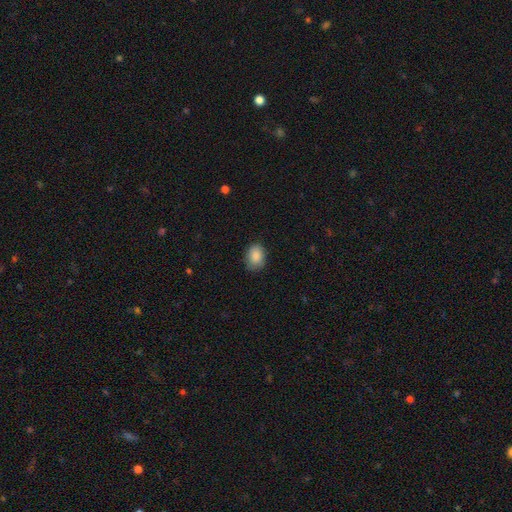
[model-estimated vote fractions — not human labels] A smooth galaxy with no disk features (87%) that is in between round and cigar-shaped (74%).

Vote fractions:
- Smooth or featured? smooth: 87% / star or artifact: 7% / featured or disk: 6%
- How rounded? in between: 74% / round: 25% / cigar-shaped: 1%
- Merging? none: 79% / minor disturbance: 17% / major disturbance: 3% / merger: 1%